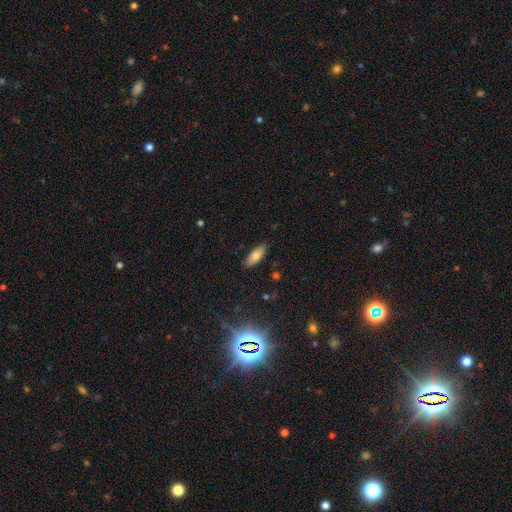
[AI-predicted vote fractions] A smooth galaxy with no disk features (77%) that is in between round and cigar-shaped (75%).

Vote fractions:
- Smooth or featured? smooth: 77% / featured or disk: 15% / star or artifact: 8%
- How rounded? in between: 75% / cigar-shaped: 23% / round: 2%
- Merging? none: 85% / minor disturbance: 11% / major disturbance: 2% / merger: 1%